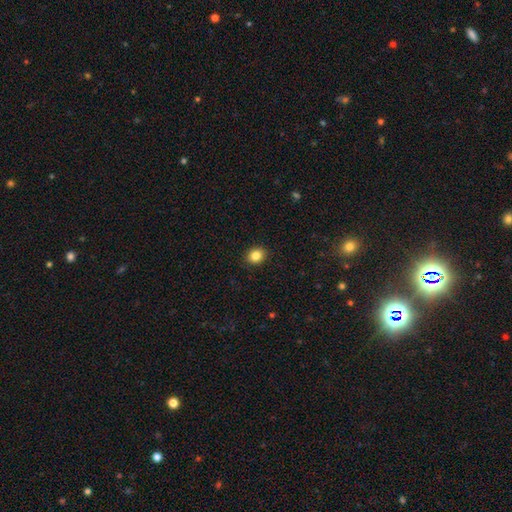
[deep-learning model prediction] smooth 84%, star or artifact 10%, featured or disk 5%. Down the decision tree: how rounded — round (72%); merging — none (91%).